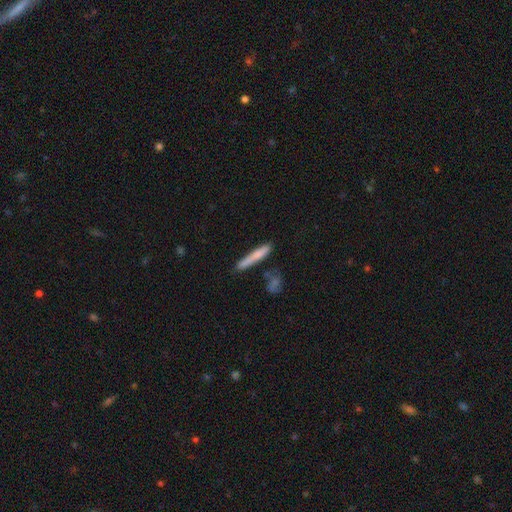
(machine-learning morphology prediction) This is likely a smooth galaxy (70%). How rounded: clearly cigar-shaped (93%). Merging: likely none (69%).